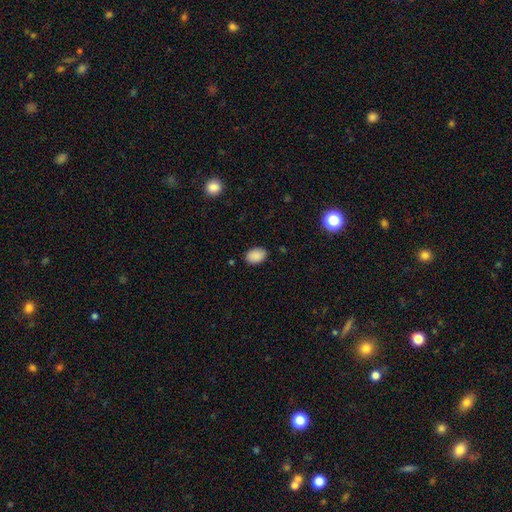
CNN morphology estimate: Overall: smooth (89%). How rounded: in between (83%). Merging: none (85%).